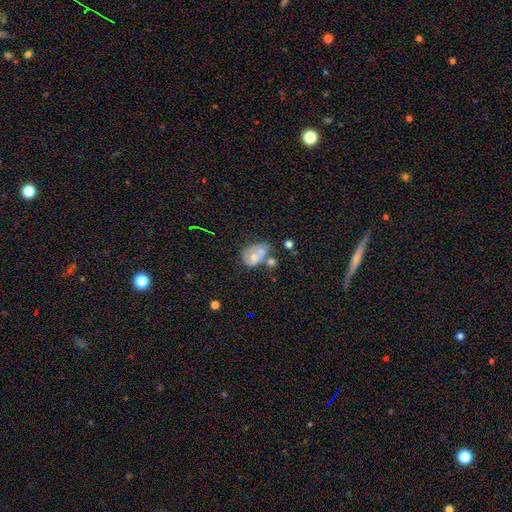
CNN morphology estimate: Q: Smooth or featured?
A: smooth (54%); runner-up: featured or disk (37%)
Q: How rounded?
A: in between (73%); runner-up: round (25%)
Q: Merging?
A: merger (35%); runner-up: none (27%)